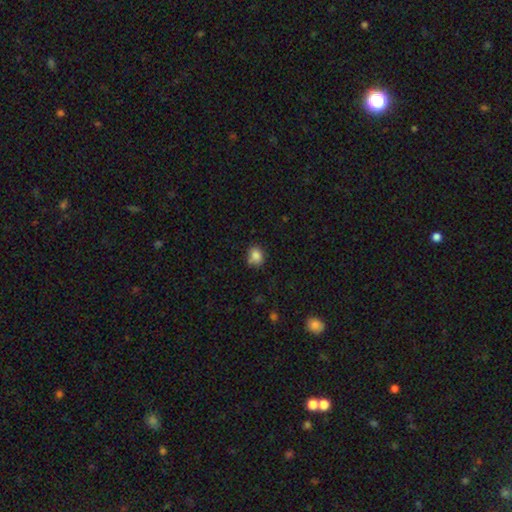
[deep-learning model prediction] This appears to be a smooth galaxy with no disk features (84%) that is round (62%). Merging: none (69%).